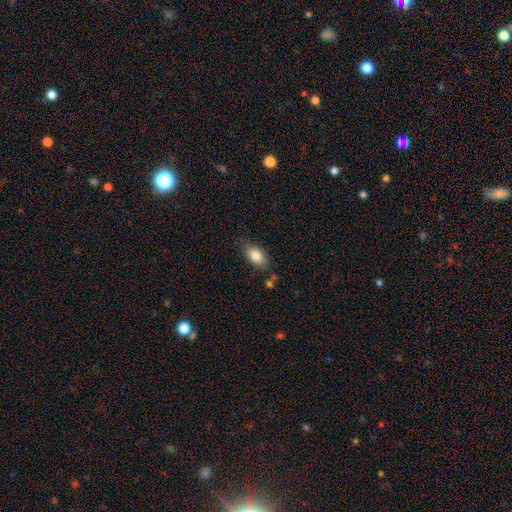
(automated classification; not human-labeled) smooth_or_featured: smooth (p=0.83) [alt: featured or disk p=0.09]
how_rounded: in between (p=0.90) [alt: round p=0.06]
merging: none (p=0.77) [alt: minor disturbance p=0.16]